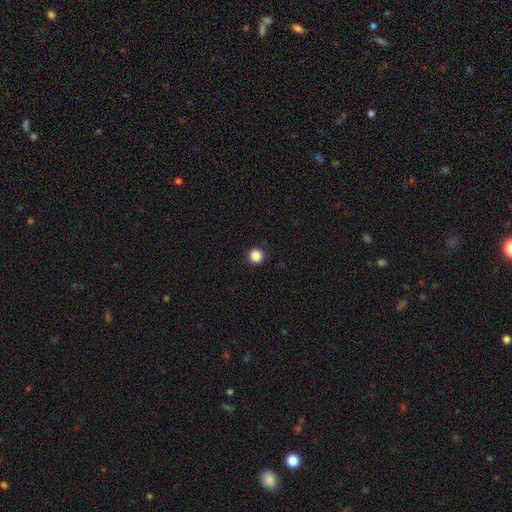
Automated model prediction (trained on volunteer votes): Smooth or featured? smooth (86%)
How rounded? round (96%)
Merging? none (93%)